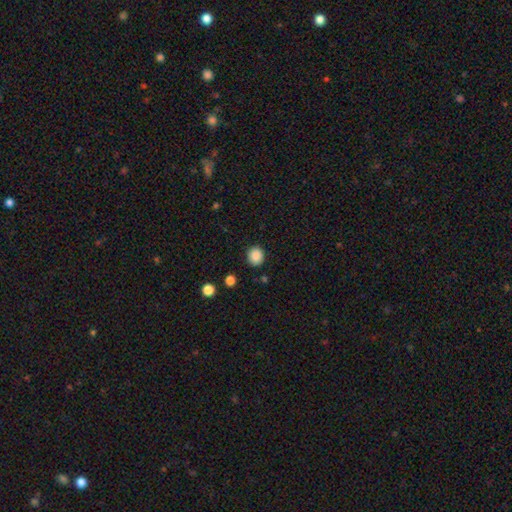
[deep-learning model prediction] This appears to be a smooth galaxy with no disk features (87%) that is round (82%). Merging: none (88%).